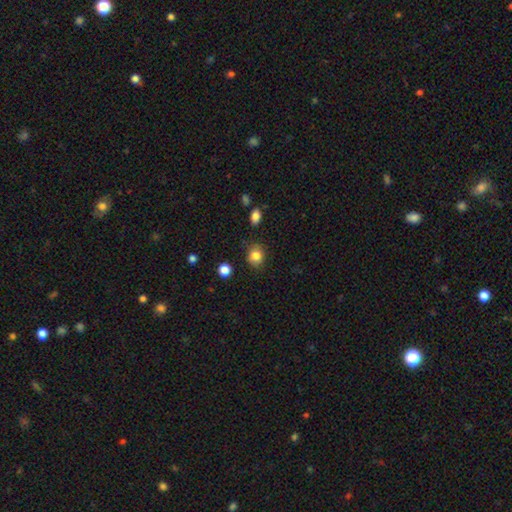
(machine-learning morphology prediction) The model was most divided on "how rounded": round: 74%, in between: 26%, cigar-shaped: 1%. More confident: smooth or featured — smooth (84%); merging — none (83%).